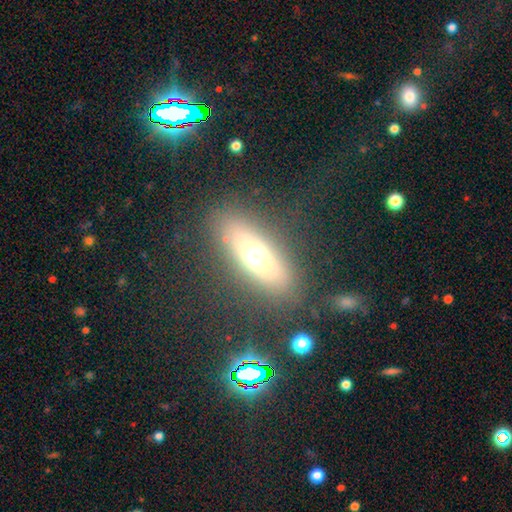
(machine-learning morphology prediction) Overall: smooth (56%; featured or disk 31%). How rounded: in between (58%; cigar-shaped 35%). Merging: none (82%).